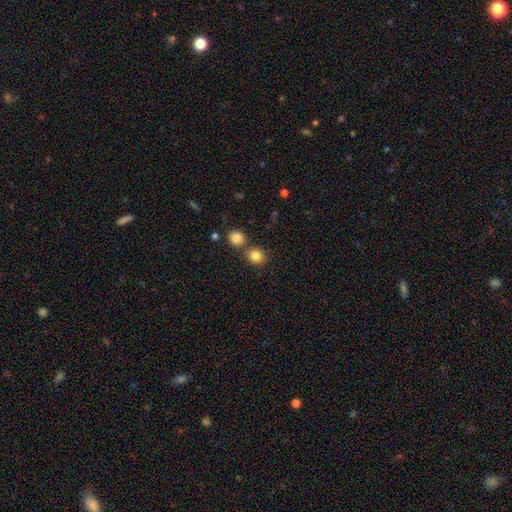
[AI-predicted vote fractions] A smooth galaxy with no disk features (84%) that is round (78%).

Vote fractions:
- Smooth or featured? smooth: 84% / star or artifact: 10% / featured or disk: 5%
- How rounded? round: 78% / in between: 21% / cigar-shaped: 1%
- Merging? none: 69% / merger: 20% / minor disturbance: 8% / major disturbance: 3%